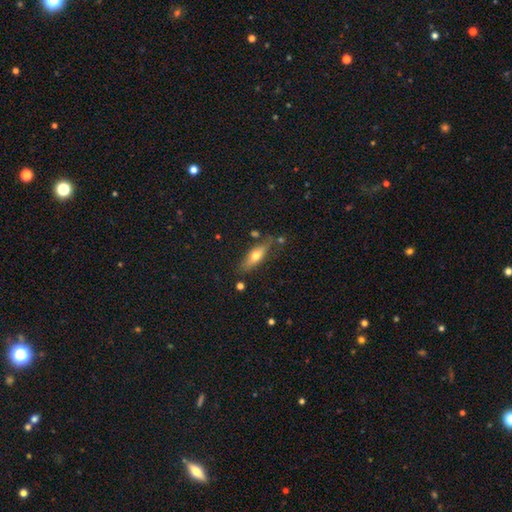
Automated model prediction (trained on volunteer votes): Smooth or featured: smooth — 60% (featured or disk — 33%)
How rounded: in between — 55% (cigar-shaped — 42%)
Merging: none — 72% (minor disturbance — 18%)